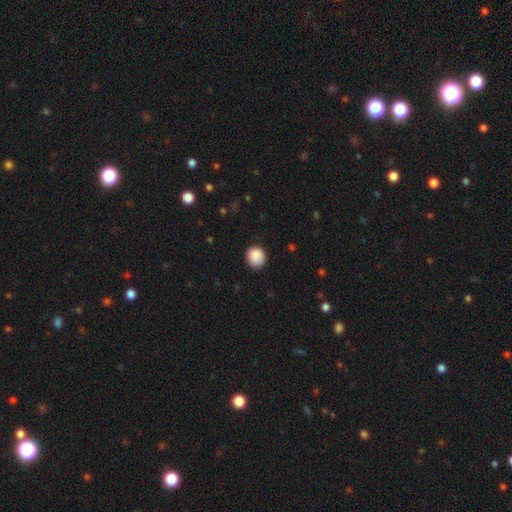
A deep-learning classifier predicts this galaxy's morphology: smooth 89%, star or artifact 8%, featured or disk 4%. Down the decision tree: how rounded — round (79%); merging — none (84%).